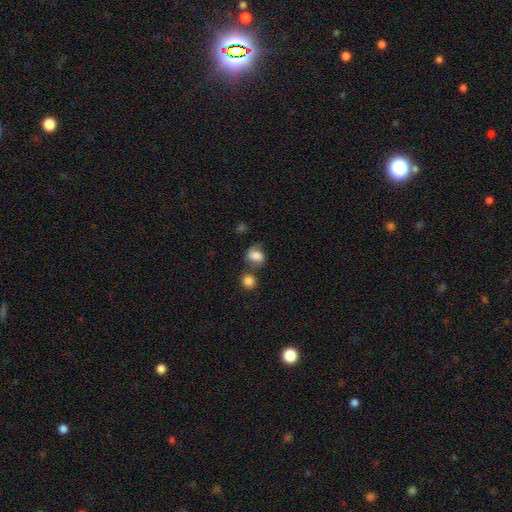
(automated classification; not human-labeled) Morphology: type=smooth (70%); roundness=in between (53%); merging=none (45%).